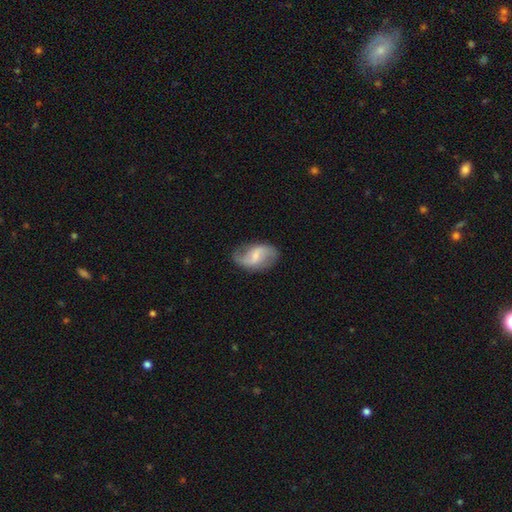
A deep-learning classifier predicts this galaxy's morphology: A featured or disk galaxy (73%) with a weak bar (56%), 2 (89%) loose (62%) spiral arms (91%) and a small central bulge (50%). Merging: none (75%).